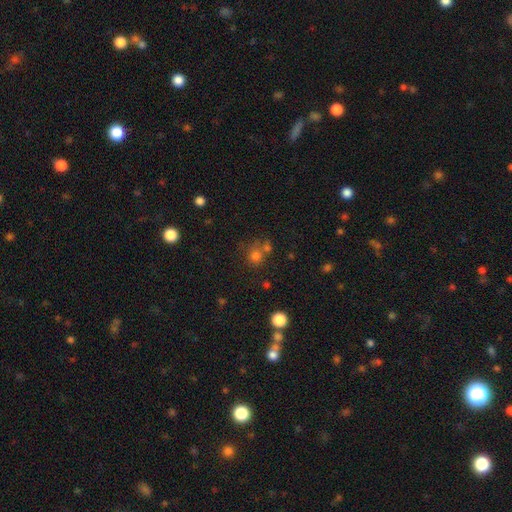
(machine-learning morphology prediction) Overall: smooth (73%). How rounded: round (84%). Merging: none (53%; merger 30%).